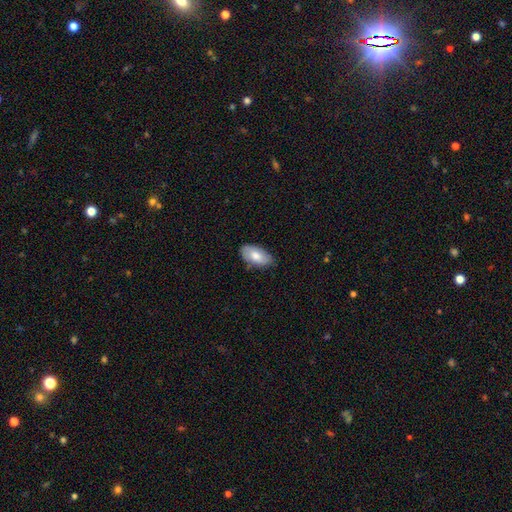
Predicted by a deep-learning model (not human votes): smooth-or-featured: smooth: 77% | featured or disk: 17% | star or artifact: 6%
  how-rounded: in between: 94% | cigar-shaped: 3% | round: 3%
  merging: none: 76% | minor disturbance: 19% | major disturbance: 3% | merger: 1%